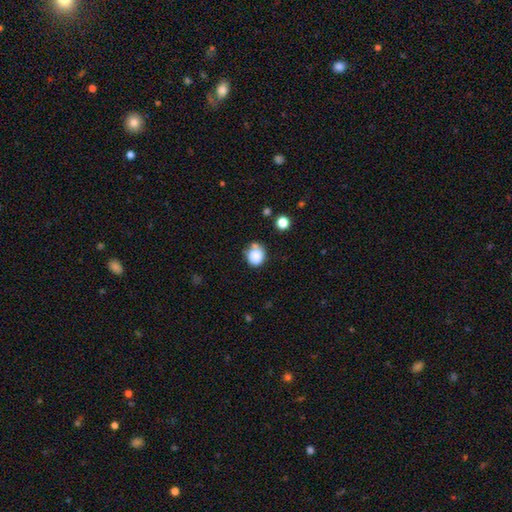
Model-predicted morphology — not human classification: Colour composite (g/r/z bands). It shows a smooth galaxy with no disk features (84%) that is round (77%). Merging: none (59%).